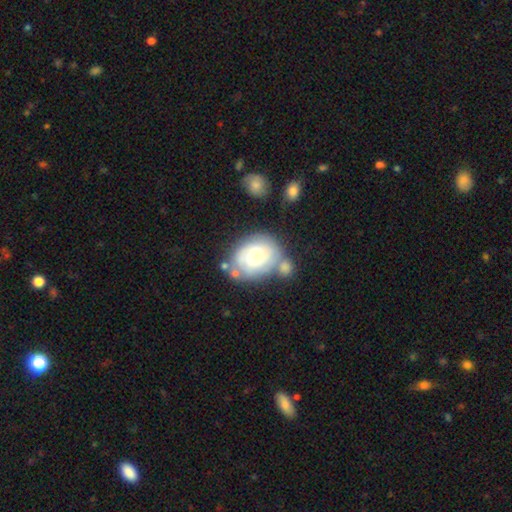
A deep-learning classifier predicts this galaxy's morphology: Smooth or featured: smooth — 54% (featured or disk — 38%)
How rounded: in between — 54% (round — 45%)
Merging: none — 46% (minor disturbance — 22%)